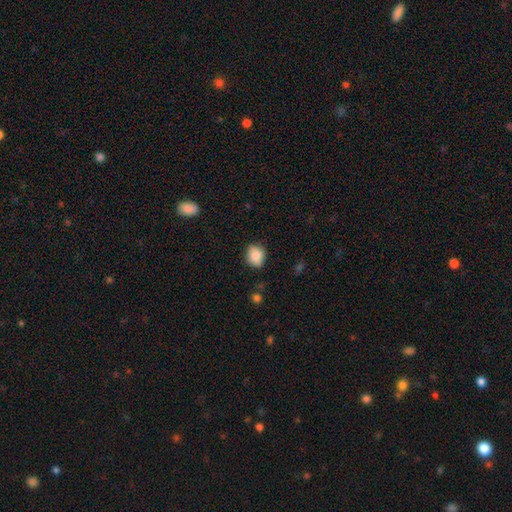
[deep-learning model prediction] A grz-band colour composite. It shows a smooth galaxy with no disk features (81%) that is round (62%). Merging: none (75%).